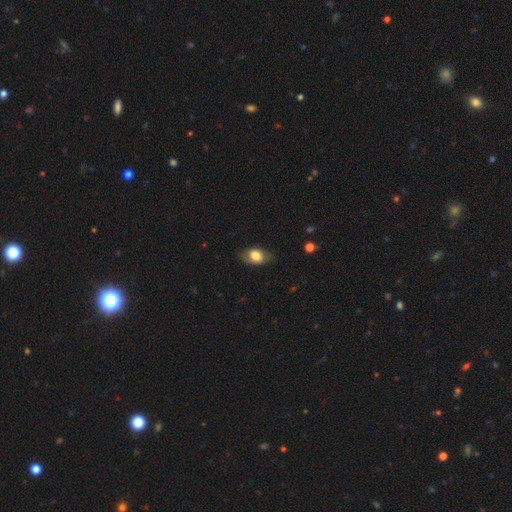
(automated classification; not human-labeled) Q: Smooth or featured?
A: smooth (66%); runner-up: featured or disk (27%)
Q: How rounded?
A: in between (86%); runner-up: round (12%)
Q: Merging?
A: none (74%); runner-up: minor disturbance (19%)